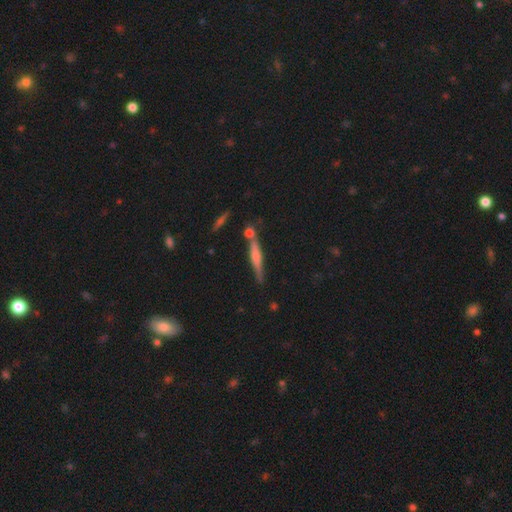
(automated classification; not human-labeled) A featured or disk galaxy (47%). Merging: none (73%).